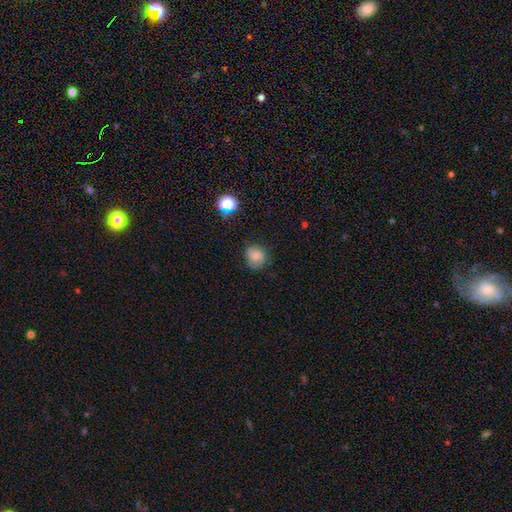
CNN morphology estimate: A smooth galaxy with no disk features (68%) that is round (77%).

Vote fractions:
- Smooth or featured? smooth: 68% / featured or disk: 20% / star or artifact: 12%
- How rounded? round: 77% / in between: 22% / cigar-shaped: 1%
- Merging? none: 68% / minor disturbance: 23% / major disturbance: 7% / merger: 2%